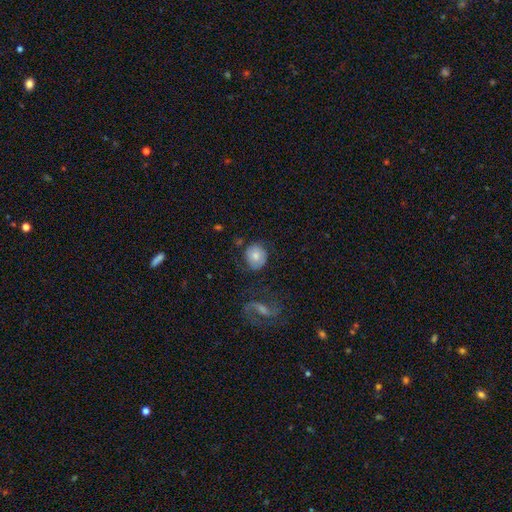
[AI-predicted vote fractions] This is likely a smooth galaxy (62%). How rounded: likely round (78%). Merging: likely none (67%).